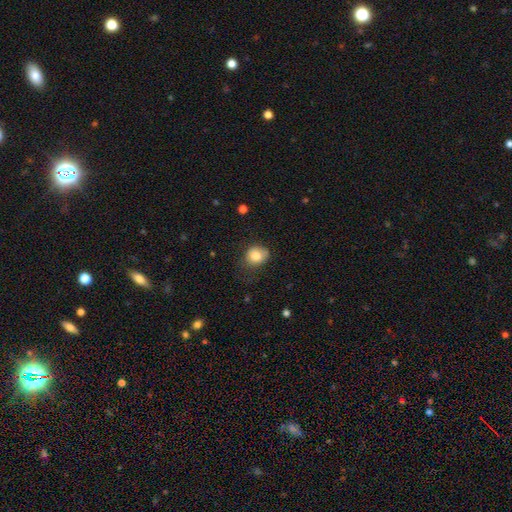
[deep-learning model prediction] A smooth galaxy with no disk features (82%) that is round (62%).

Vote fractions:
- Smooth or featured? smooth: 82% / featured or disk: 9% / star or artifact: 9%
- How rounded? round: 62% / in between: 37% / cigar-shaped: 1%
- Merging? none: 54% / minor disturbance: 32% / major disturbance: 13% / merger: 2%